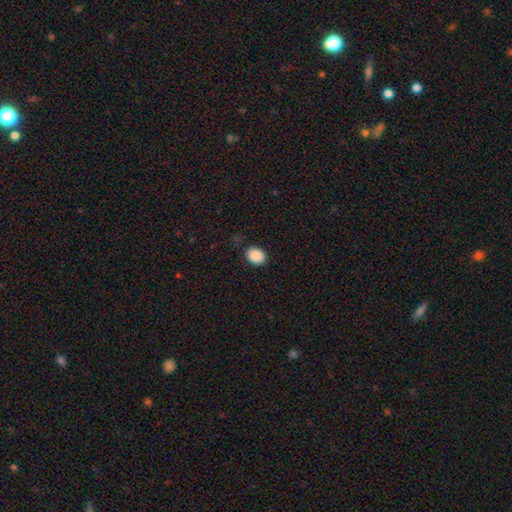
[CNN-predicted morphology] This is clearly a smooth galaxy (89%). How rounded: possibly in between (53%). Merging: clearly none (86%).